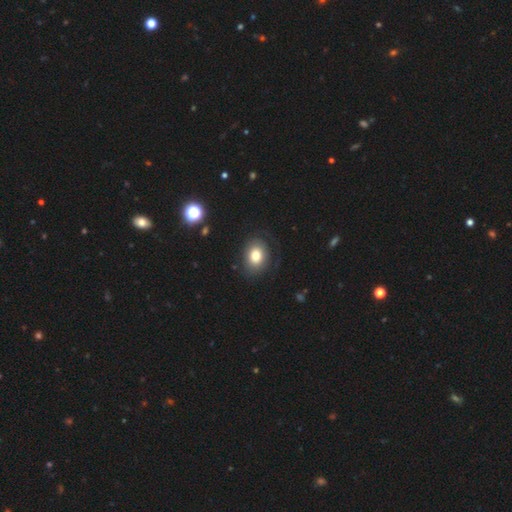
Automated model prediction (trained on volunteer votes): Morphology: type=smooth (77%); roundness=in between (60%); merging=none (80%).